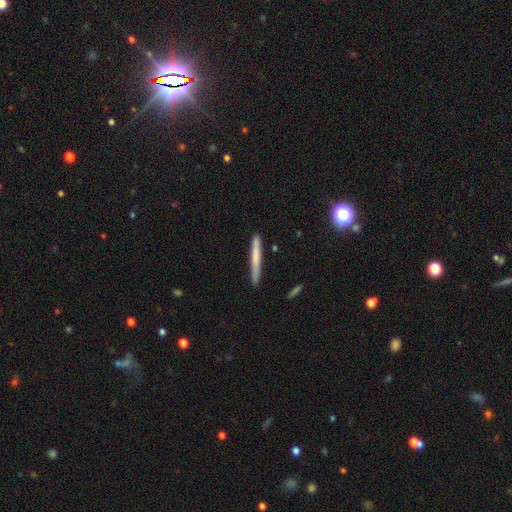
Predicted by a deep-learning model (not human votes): A smooth galaxy with no disk features (65%) that is cigar-shaped (97%).

Vote fractions:
- Smooth or featured? smooth: 65% / featured or disk: 28% / star or artifact: 6%
- How rounded? cigar-shaped: 97% / in between: 2% / round: 1%
- Merging? none: 87% / minor disturbance: 10% / major disturbance: 2% / merger: 2%